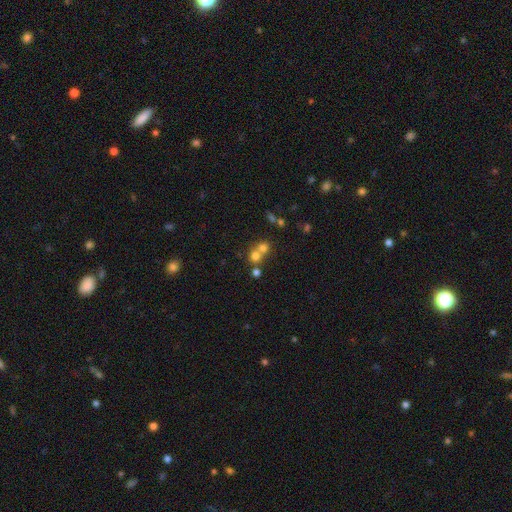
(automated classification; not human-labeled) Smooth or featured? Predicted: smooth (p=0.69). How rounded? Predicted: round (p=0.84). Merging? Predicted: merger (p=0.54).